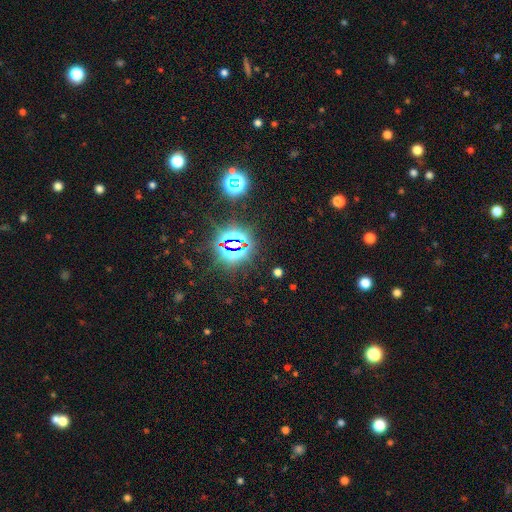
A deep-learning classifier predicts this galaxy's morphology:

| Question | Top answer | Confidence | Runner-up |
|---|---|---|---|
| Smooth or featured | star or artifact | 80% | smooth (14%) |